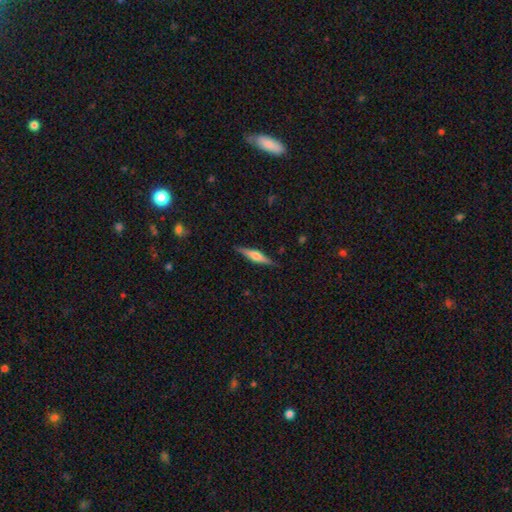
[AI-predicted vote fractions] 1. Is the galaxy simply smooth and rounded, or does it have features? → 62% featured or disk, 32% smooth, 6% star or artifact.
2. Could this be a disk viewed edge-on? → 97% yes, 3% no.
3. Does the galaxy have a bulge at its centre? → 80% rounded, 14% boxy, 5% none.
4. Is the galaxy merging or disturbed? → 88% none, 9% minor disturbance, 2% major disturbance, 1% merger.